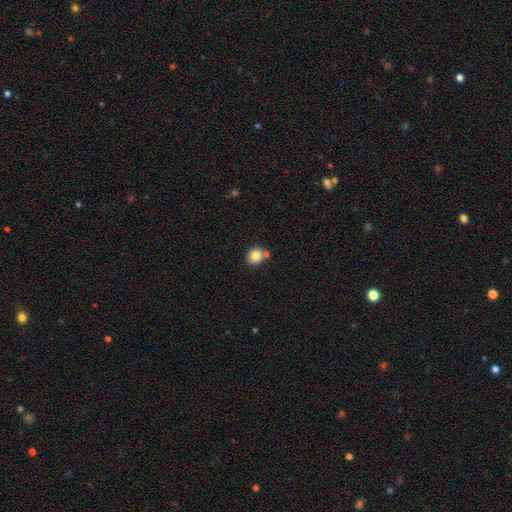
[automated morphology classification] Q: Smooth or featured?
A: smooth (85%); runner-up: star or artifact (10%)
Q: How rounded?
A: round (79%); runner-up: in between (20%)
Q: Merging?
A: none (70%); runner-up: merger (16%)